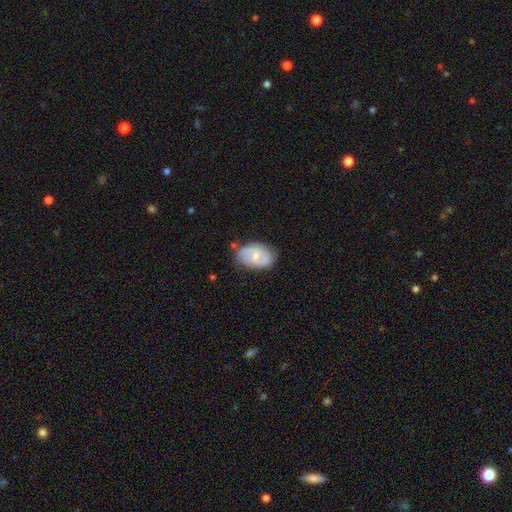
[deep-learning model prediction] The model was most divided on "smooth or featured": featured or disk: 48%, smooth: 45%, star or artifact: 7%. More confident: merging — none (63%).